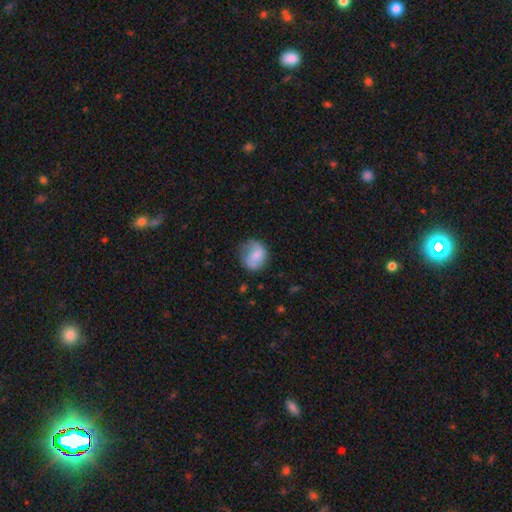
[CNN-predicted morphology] Overall: smooth (72%). How rounded: round (74%). Merging: none (54%; minor disturbance 30%).